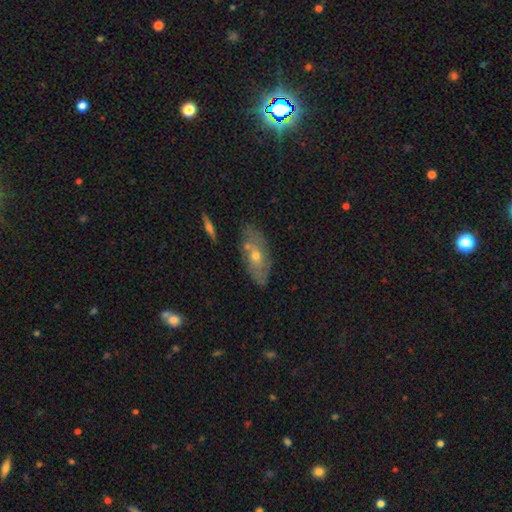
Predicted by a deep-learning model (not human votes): smooth-or-featured: featured or disk: 55% | smooth: 33% | star or artifact: 12%
  disk-edge-on: no: 75% | yes: 25%
  merging: none: 74% | minor disturbance: 16% | merger: 6% | major disturbance: 4%